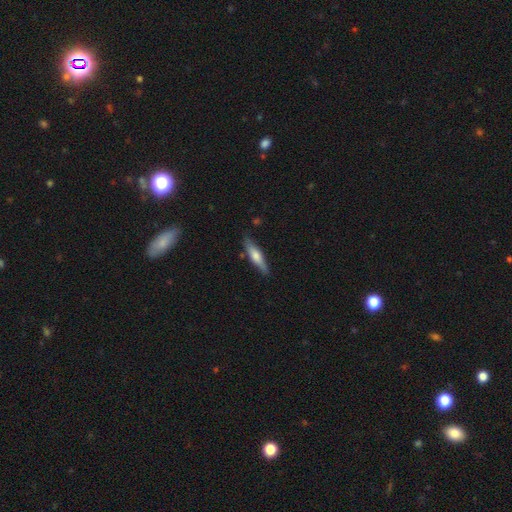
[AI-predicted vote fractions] smooth_or_featured: smooth (p=0.50) [alt: featured or disk p=0.44]
how_rounded: cigar-shaped (p=0.77) [alt: in between p=0.21]
merging: none (p=0.82) [alt: minor disturbance p=0.14]